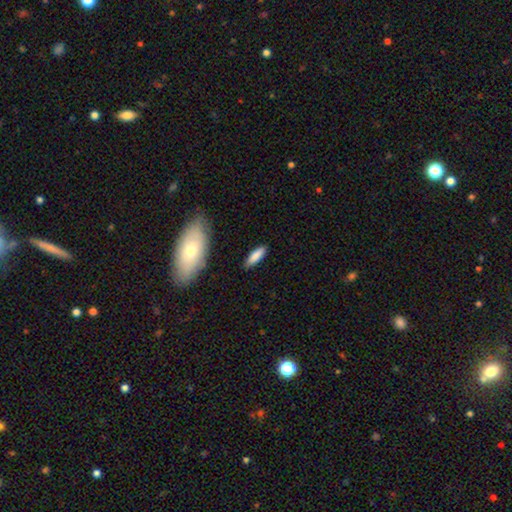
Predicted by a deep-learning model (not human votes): smooth 84%, featured or disk 10%, star or artifact 6%. Down the decision tree: how rounded — cigar-shaped (51%); merging — none (83%).